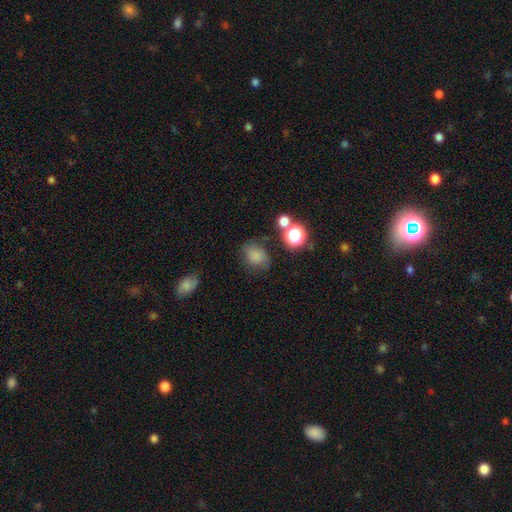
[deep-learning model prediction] smooth_or_featured: smooth (p=0.75) [alt: star or artifact p=0.14]
how_rounded: in between (p=0.49) [tied with: round p=0.49]
merging: none (p=0.63) [alt: minor disturbance p=0.22]